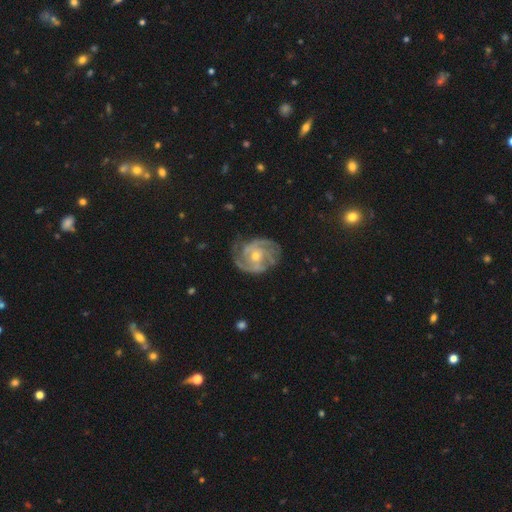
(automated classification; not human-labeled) smooth_or_featured: featured or disk (p=0.88) [alt: smooth p=0.06]
disk_edge_on: no (p=0.98) [alt: yes p=0.02]
bar: no (p=0.65) [alt: weak p=0.28]
has_spiral_arms: yes (p=0.97) [alt: no p=0.03]
spiral_winding: tight (p=0.57) [alt: medium p=0.35]
spiral_arm_count: 3 (p=0.32) [alt: 2 p=0.30]
bulge_size: moderate (p=0.51) [alt: small p=0.46]
merging: none (p=0.72) [alt: minor disturbance p=0.19]